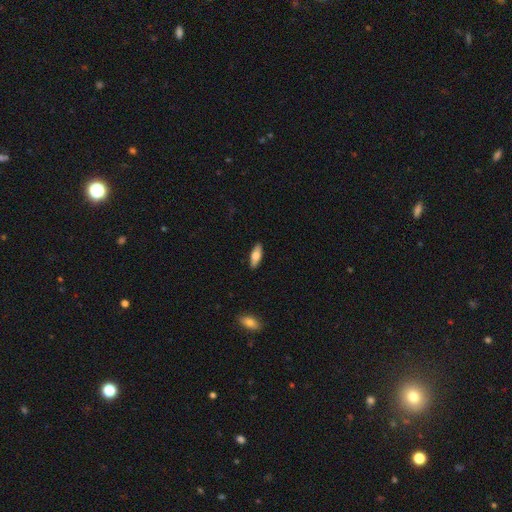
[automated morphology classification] smooth 72%, featured or disk 22%, star or artifact 6%. Down the decision tree: how rounded — in between (67%); merging — none (89%).